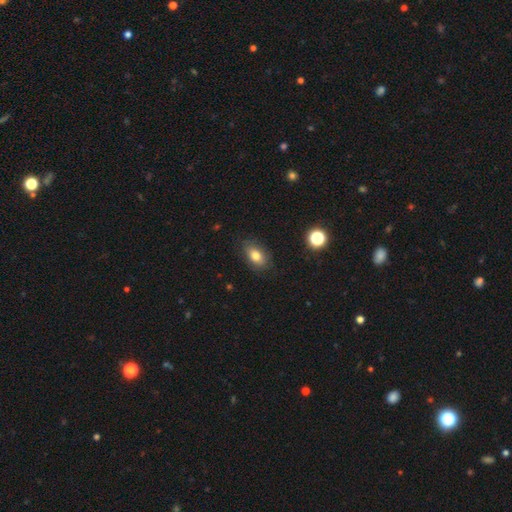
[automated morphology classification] This is likely a smooth galaxy (78%). How rounded: clearly in between (86%). Merging: clearly none (81%).